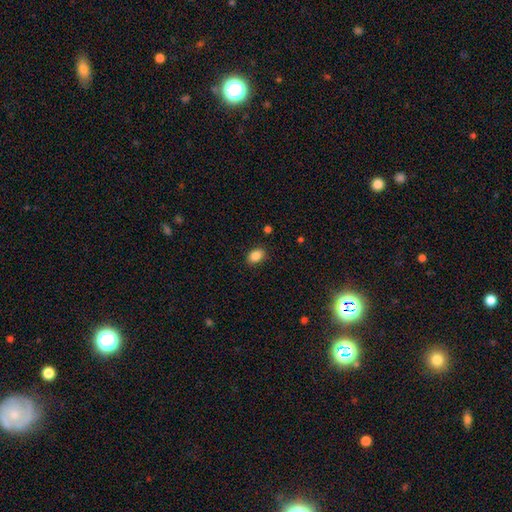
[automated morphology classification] This appears to be a smooth galaxy with no disk features (86%) that is in between round and cigar-shaped (79%). Merging: none (88%).